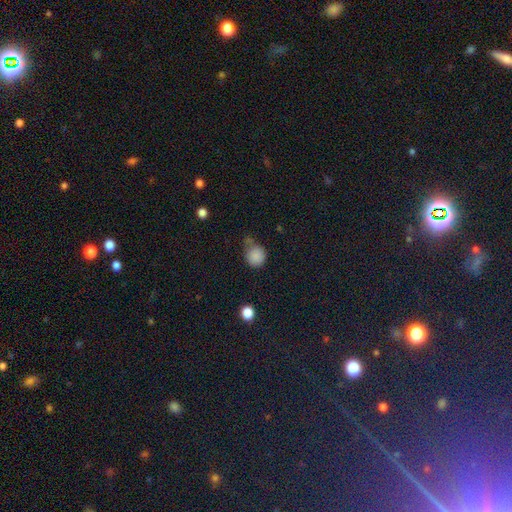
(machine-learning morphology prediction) This appears to be a smooth galaxy with no disk features (85%) that is round (87%). Merging: none (56%).